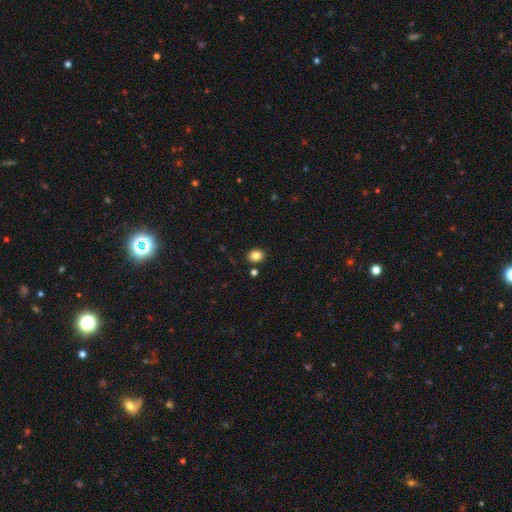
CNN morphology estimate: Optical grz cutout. It shows a smooth galaxy with no disk features (84%) that is round (54%). Merging: none (87%).